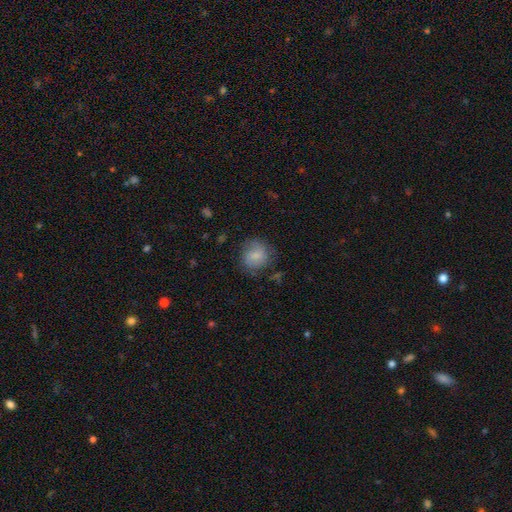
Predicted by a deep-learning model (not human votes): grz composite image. It shows a smooth galaxy with no disk features (75%) that is round (83%). Merging: none (71%).